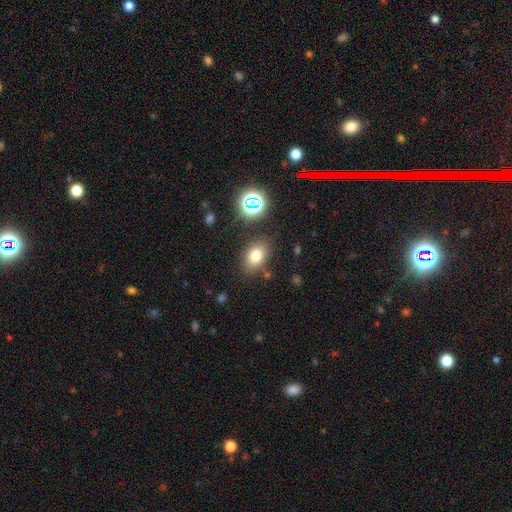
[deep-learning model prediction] The model was most divided on "how rounded": in between: 78%, round: 20%, cigar-shaped: 1%. More confident: merging — none (81%); smooth or featured — smooth (76%).